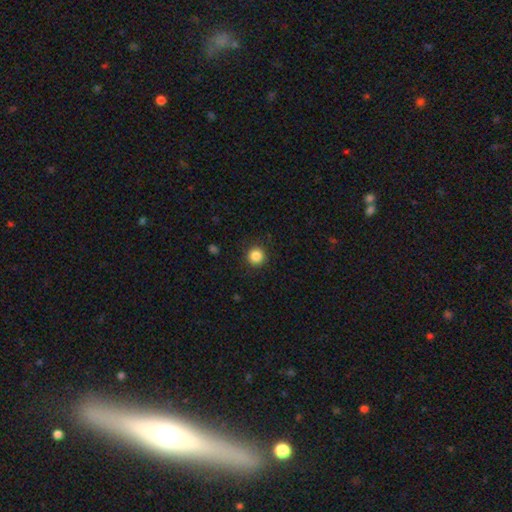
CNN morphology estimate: A smooth galaxy with no disk features (86%) that is round (95%).

Vote fractions:
- Smooth or featured? smooth: 86% / star or artifact: 10% / featured or disk: 3%
- How rounded? round: 95% / in between: 4% / cigar-shaped: 1%
- Merging? none: 90% / minor disturbance: 6% / major disturbance: 2% / merger: 1%